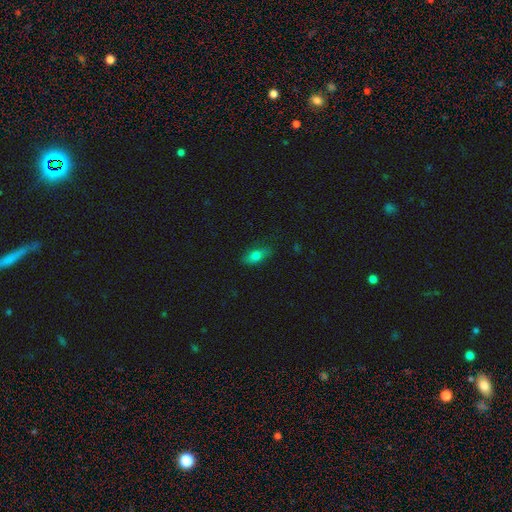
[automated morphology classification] Smooth or featured?
  - smooth: 72% *
  - featured or disk: 18%
  - star or artifact: 9%
How rounded?
  - in between: 78% *
  - cigar-shaped: 16%
  - round: 6%
Merging?
  - none: 80% *
  - minor disturbance: 15%
  - major disturbance: 3%
  - merger: 1%